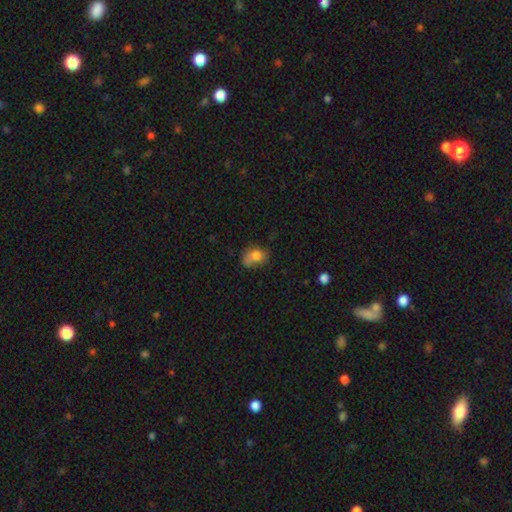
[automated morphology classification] A smooth galaxy with no disk features (73%) that is in between round and cigar-shaped (63%).

Vote fractions:
- Smooth or featured? smooth: 73% / featured or disk: 17% / star or artifact: 10%
- How rounded? in between: 63% / round: 35% / cigar-shaped: 2%
- Merging? none: 42% / minor disturbance: 33% / major disturbance: 18% / merger: 7%